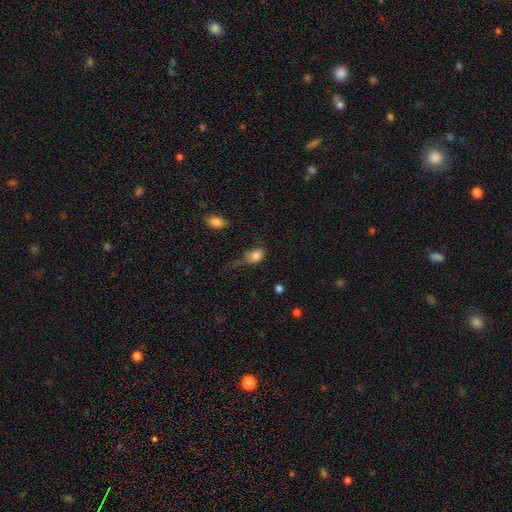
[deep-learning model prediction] Overall: smooth (80%). How rounded: in between (70%). Merging: minor disturbance (32%, tied with none).